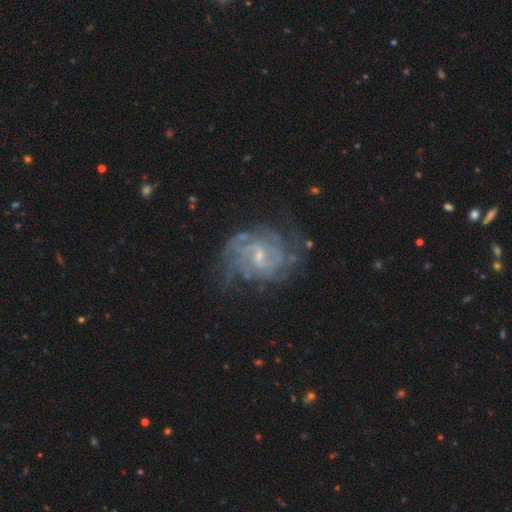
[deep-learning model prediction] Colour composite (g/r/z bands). It shows a featured or disk galaxy (79%) with a weak bar (52%), tight (57%) spiral arms (95%) and a small central bulge (65%). Merging: none (75%).